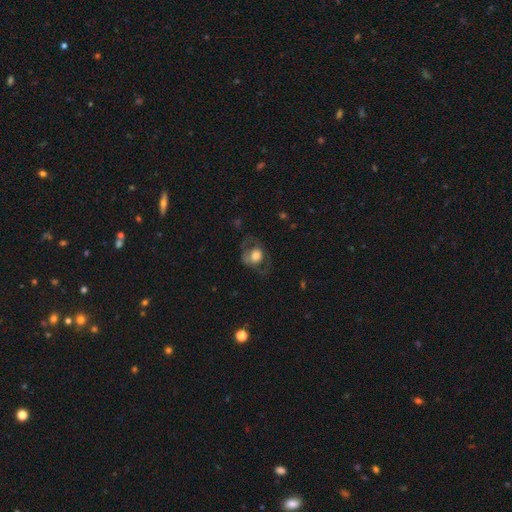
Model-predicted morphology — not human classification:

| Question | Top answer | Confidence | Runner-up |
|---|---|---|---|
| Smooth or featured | smooth | 55% | featured or disk (37%) |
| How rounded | round | 60% | in between (39%) |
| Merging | none | 51% | major disturbance (28%) |